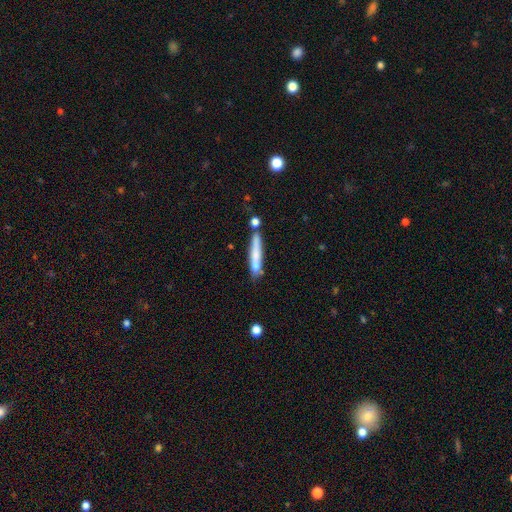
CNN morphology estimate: This is likely a smooth galaxy (68%). How rounded: clearly cigar-shaped (93%). Merging: likely none (71%).